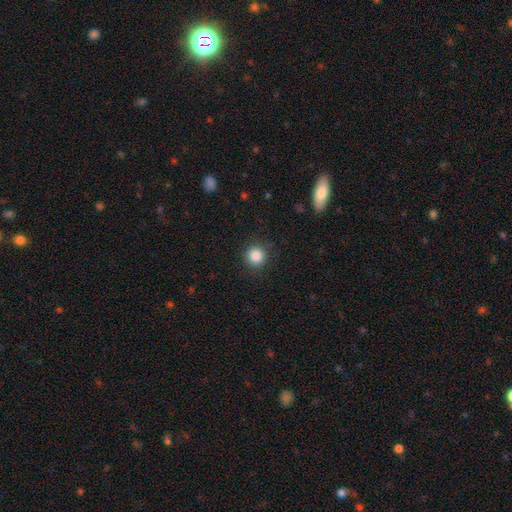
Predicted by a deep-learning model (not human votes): A smooth galaxy with no disk features (87%) that is round (93%). Merging: none (90%).